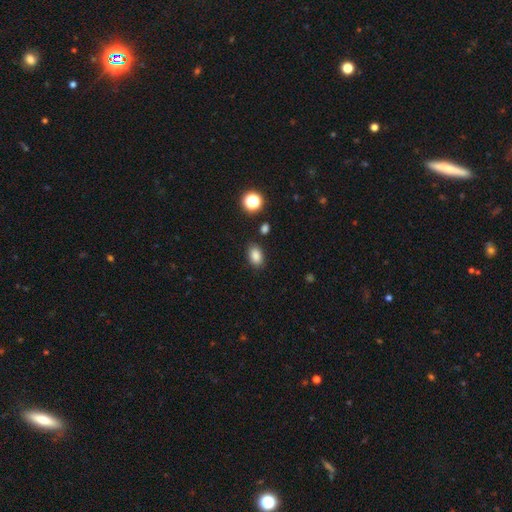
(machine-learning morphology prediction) Smooth or featured? smooth (85%)
How rounded? in between (84%)
Merging? none (85%)